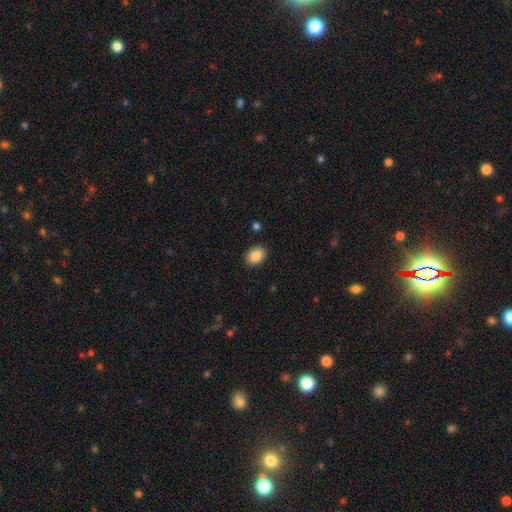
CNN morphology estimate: The model was most divided on "how rounded": in between: 73%, round: 26%, cigar-shaped: 1%. More confident: merging — none (88%); smooth or featured — smooth (87%).